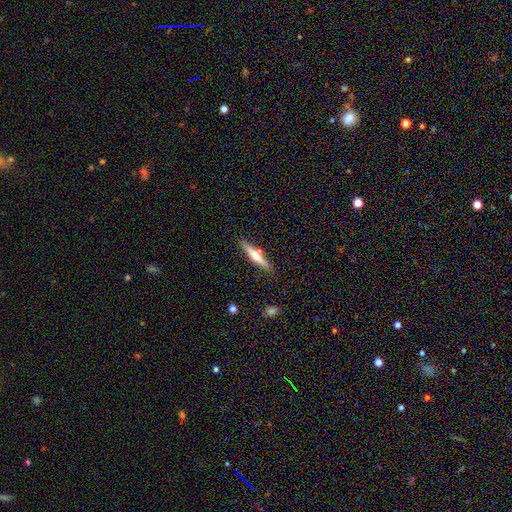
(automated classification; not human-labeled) A featured or disk galaxy (60%) viewed edge-on (96%) with a rounded central bulge (92%). Merging: none (86%).